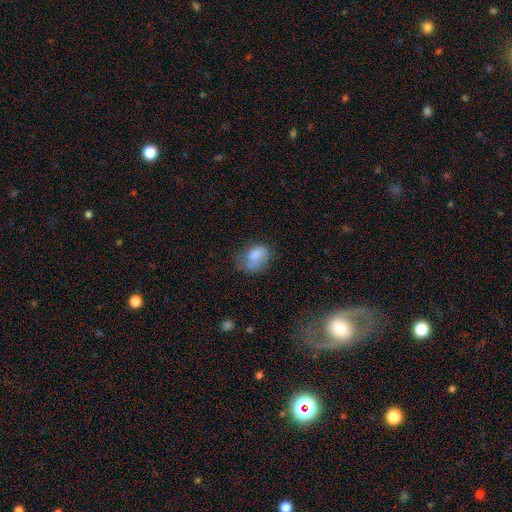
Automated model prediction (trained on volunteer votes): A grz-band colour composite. It shows a smooth galaxy with no disk features (72%) that is in between round and cigar-shaped (73%). Merging: none (43%).